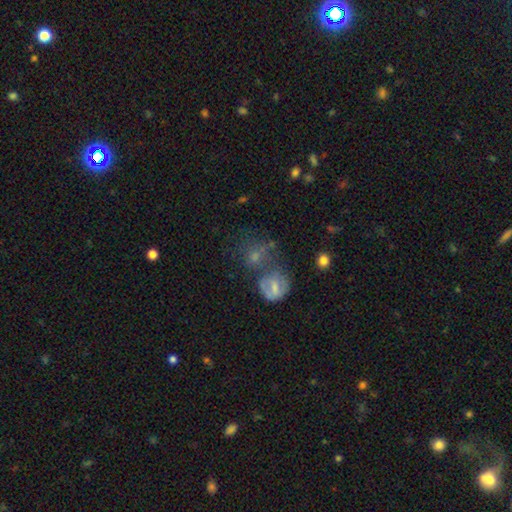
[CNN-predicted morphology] Overall: smooth (51%; featured or disk 29%). How rounded: round (70%). Merging: none (39%; merger 31%).